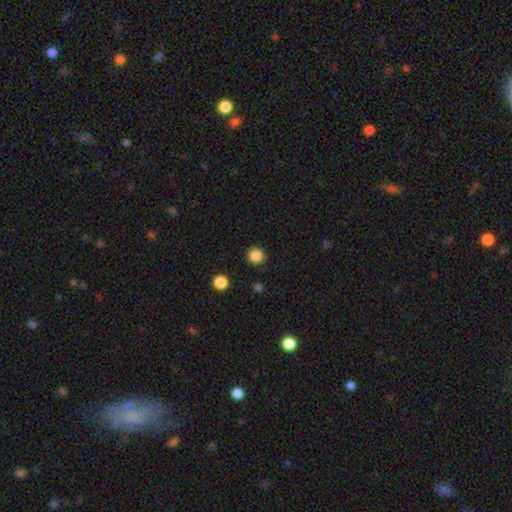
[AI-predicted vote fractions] This is clearly a smooth galaxy (85%). How rounded: clearly round (94%). Merging: clearly none (91%).